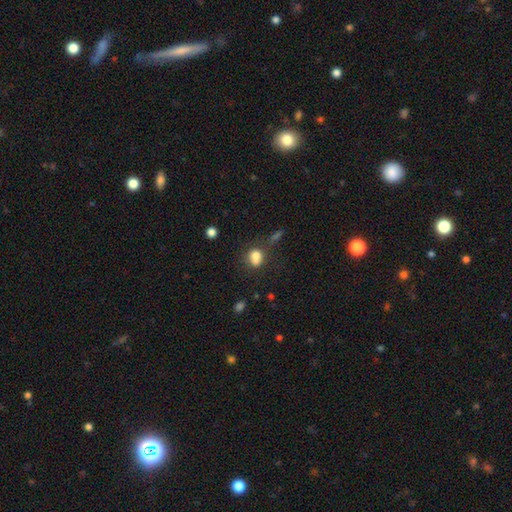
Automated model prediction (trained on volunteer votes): This is likely a smooth galaxy (75%). How rounded: likely round (62%). Merging: marginally none (39%).